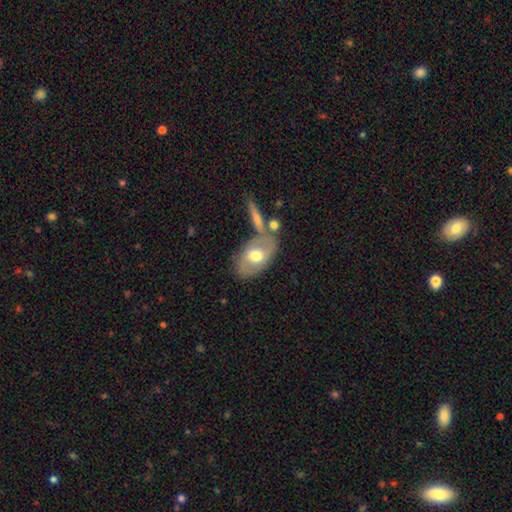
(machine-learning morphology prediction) A smooth galaxy with no disk features (48%).

Vote fractions:
- Smooth or featured? smooth: 48% / featured or disk: 46% / star or artifact: 6%
- Merging? none: 58% / merger: 20% / minor disturbance: 16% / major disturbance: 6%